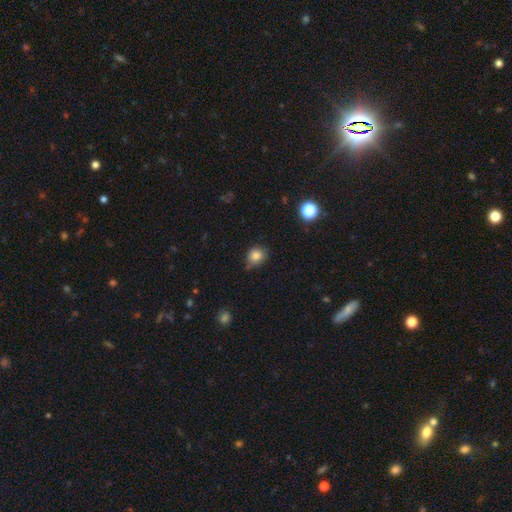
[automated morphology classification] Overall: smooth (83%). How rounded: round (75%). Merging: none (71%).